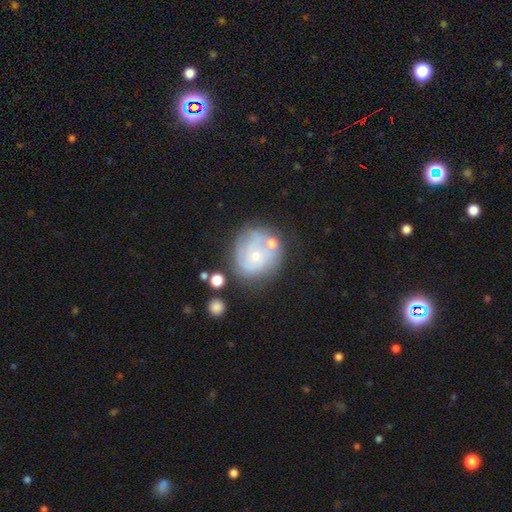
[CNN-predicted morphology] Smooth or featured?
  - featured or disk: 62% *
  - smooth: 30%
  - star or artifact: 8%
Edge-on disk?
  - no: 98% *
  - yes: 2%
Bar?
  - no: 78% *
  - weak: 19%
  - strong: 3%
Spiral arms?
  - yes: 71% *
  - no: 29%
Bulge size?
  - small: 64% *
  - moderate: 30%
  - none: 3%
  - large: 2%
  - dominant: 1%
Merging?
  - none: 54% *
  - minor disturbance: 21%
  - merger: 14%
  - major disturbance: 12%